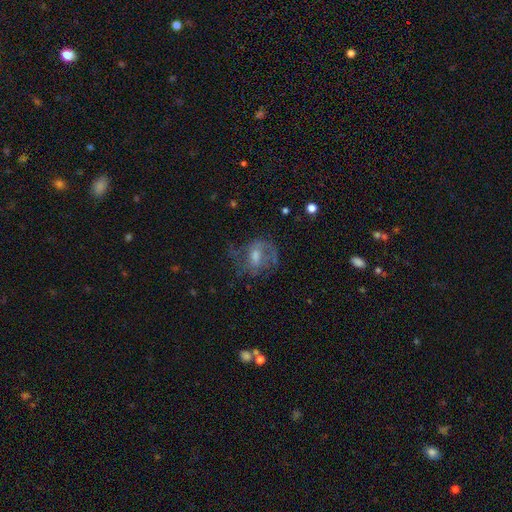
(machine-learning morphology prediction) Smooth or featured? Predicted: featured or disk (p=0.63). Edge-on disk? Predicted: no (p=0.96). Bar? Predicted: no (p=0.45). Spiral arms? Predicted: yes (p=0.74). Bulge size? Predicted: moderate (p=0.53). Merging? Predicted: none (p=0.52).